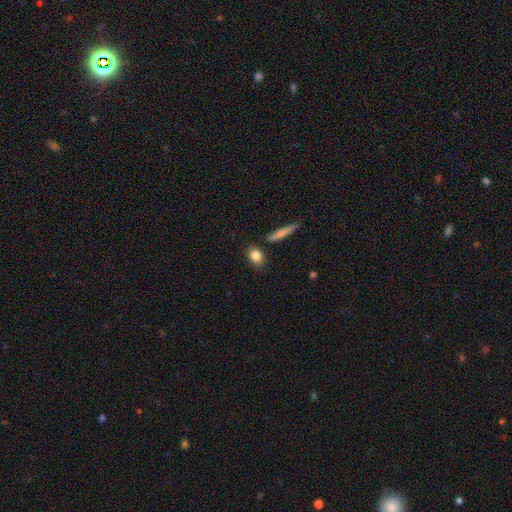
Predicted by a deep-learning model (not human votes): This is clearly a smooth galaxy (85%). How rounded: possibly in between (55%). Merging: clearly none (81%).